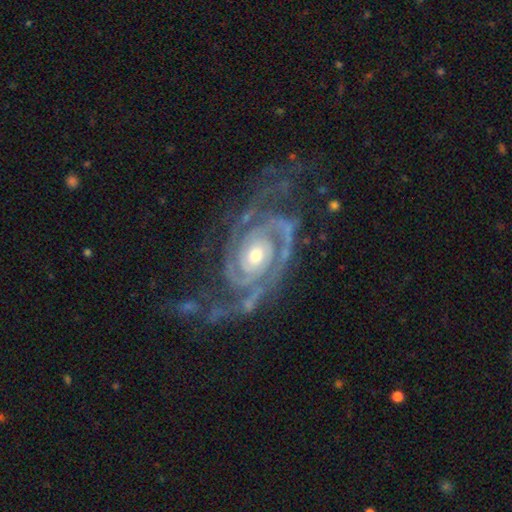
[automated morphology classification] This is clearly a featured or disk galaxy (93%). It is clearly not viewed edge-on (97%). Bar: likely no (71%). Spiral arm pattern: clearly yes (98%). Spiral arm count: possibly 2 (56%). Spiral winding: likely tight (72%). Central bulge: likely moderate (65%). Merging: likely none (61%).